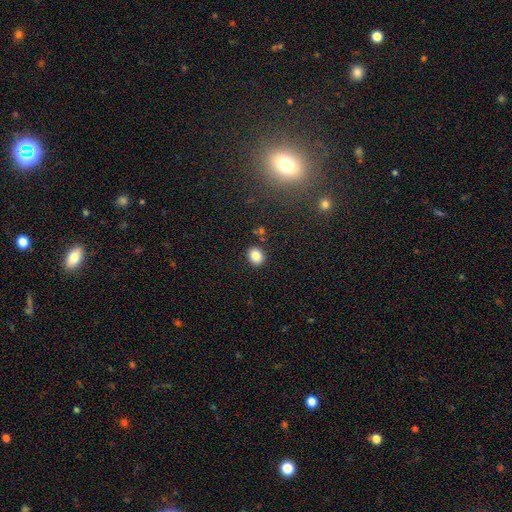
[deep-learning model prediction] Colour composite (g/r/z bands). It shows a smooth galaxy with no disk features (85%) that is round (57%). Merging: none (87%).